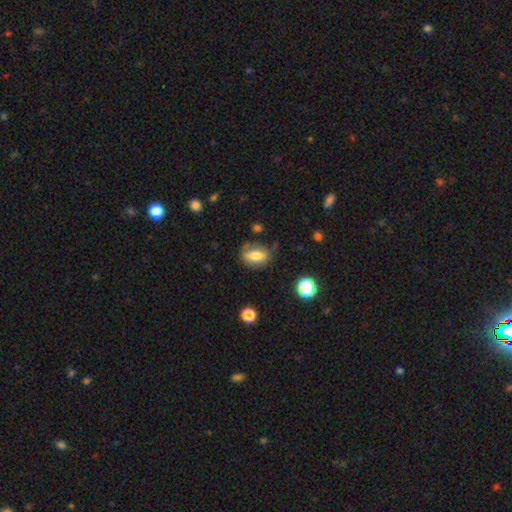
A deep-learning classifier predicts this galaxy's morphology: This is likely a smooth galaxy (74%). How rounded: likely in between (80%). Merging: likely none (72%).